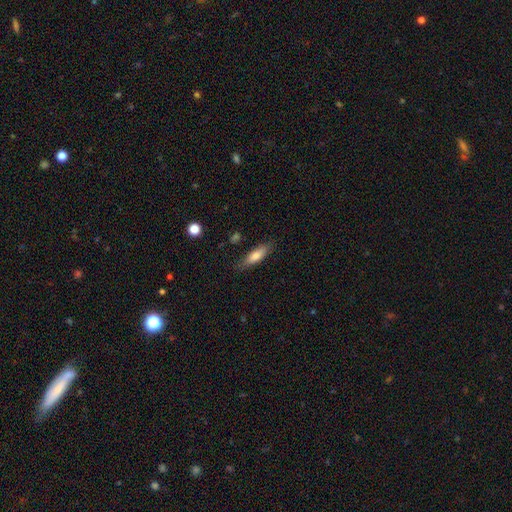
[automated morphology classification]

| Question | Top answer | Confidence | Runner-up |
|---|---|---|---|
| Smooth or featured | smooth | 74% | featured or disk (19%) |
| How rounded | cigar-shaped | 52% | in between (46%) |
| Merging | none | 79% | minor disturbance (16%) |